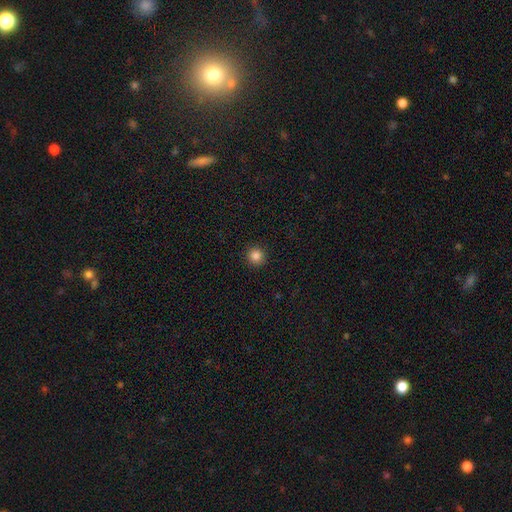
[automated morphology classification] Smooth or featured?
  - smooth: 85% *
  - star or artifact: 11%
  - featured or disk: 4%
How rounded?
  - round: 95% *
  - in between: 4%
  - cigar-shaped: 1%
Merging?
  - none: 93% *
  - minor disturbance: 5%
  - major disturbance: 2%
  - merger: 1%